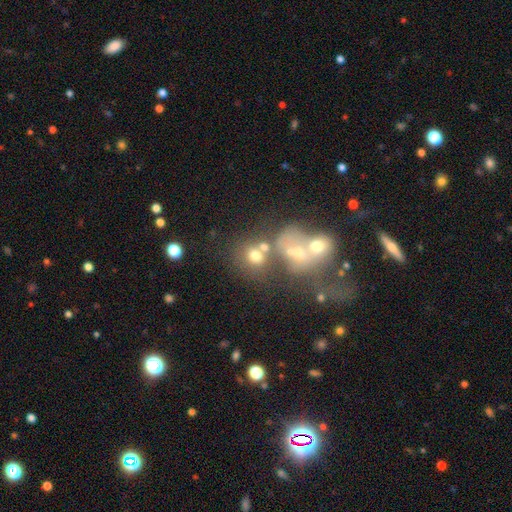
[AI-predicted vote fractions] Smooth or featured?
  - smooth: 63% *
  - featured or disk: 19%
  - star or artifact: 17%
How rounded?
  - round: 71% *
  - in between: 28%
  - cigar-shaped: 1%
Merging?
  - merger: 44% *
  - none: 38%
  - minor disturbance: 10%
  - major disturbance: 9%